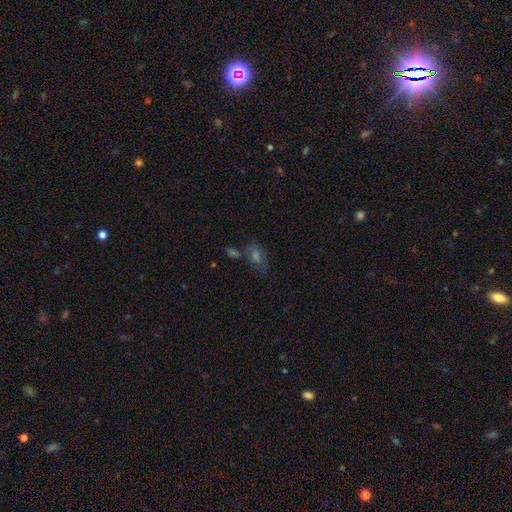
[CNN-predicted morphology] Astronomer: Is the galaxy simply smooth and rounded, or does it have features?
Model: smooth — 45% (runner-up: star or artifact, 30%).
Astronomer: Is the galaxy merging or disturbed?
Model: none — 57%.